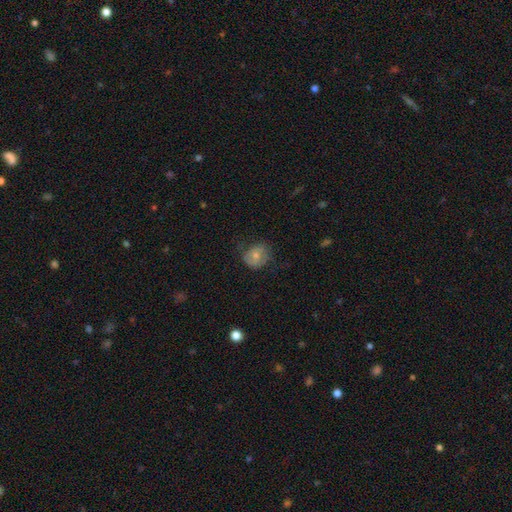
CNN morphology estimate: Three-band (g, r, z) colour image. It shows a smooth galaxy with no disk features (64%) that is round (60%). Merging: none (54%).